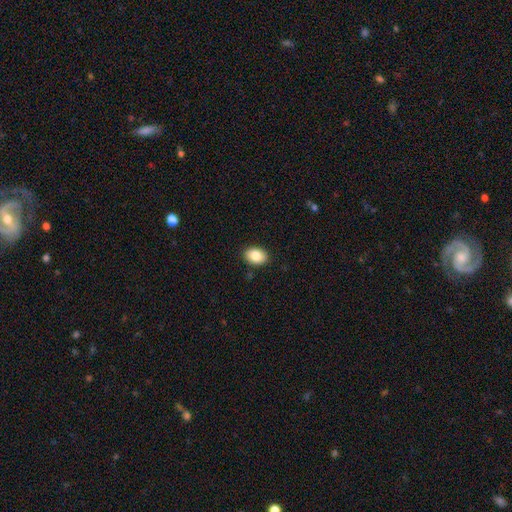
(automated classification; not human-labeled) Smooth or featured?
  - smooth: 86% *
  - star or artifact: 7%
  - featured or disk: 7%
How rounded?
  - in between: 83% *
  - round: 16%
  - cigar-shaped: 1%
Merging?
  - none: 89% *
  - minor disturbance: 8%
  - major disturbance: 2%
  - merger: 1%